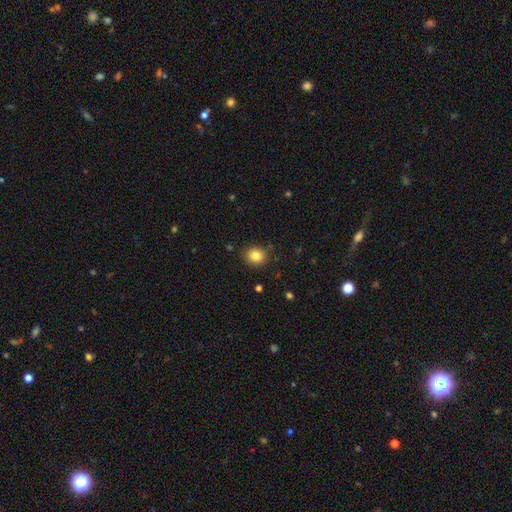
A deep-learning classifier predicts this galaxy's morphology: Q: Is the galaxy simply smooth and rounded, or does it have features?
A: smooth — 84%.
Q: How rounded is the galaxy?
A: round — 77%.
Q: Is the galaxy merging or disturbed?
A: none — 88%.